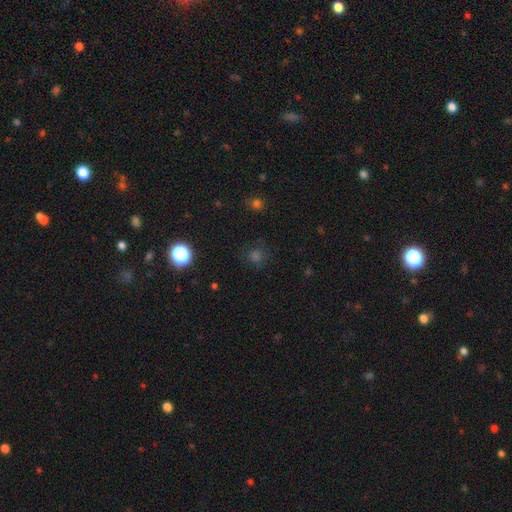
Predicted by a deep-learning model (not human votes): This is possibly a smooth galaxy (54%). How rounded: clearly round (90%). Merging: clearly none (82%).